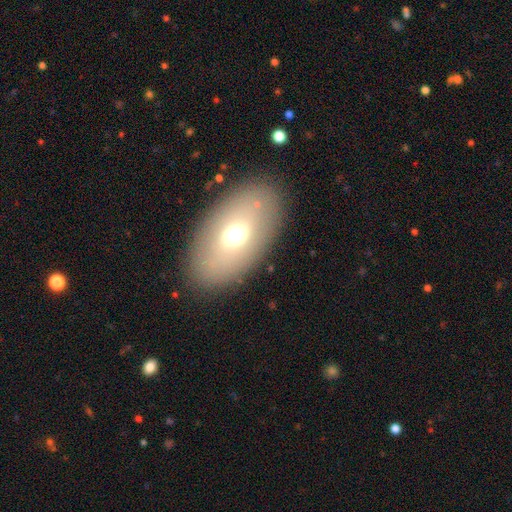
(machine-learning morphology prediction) This is likely a smooth galaxy (62%). How rounded: clearly in between (90%). Merging: clearly none (85%).